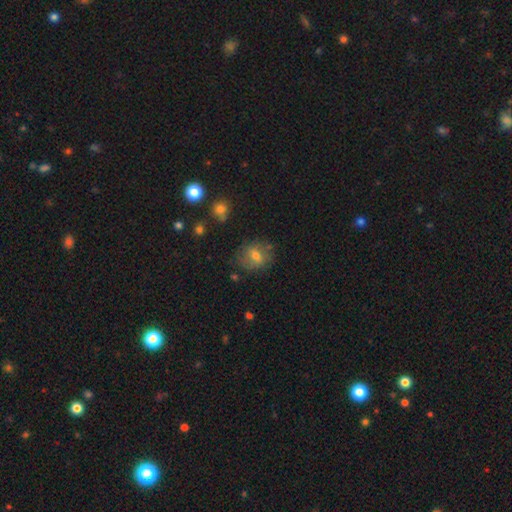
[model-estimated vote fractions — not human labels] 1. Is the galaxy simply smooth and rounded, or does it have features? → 60% smooth, 30% featured or disk, 11% star or artifact.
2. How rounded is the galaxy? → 62% round, 37% in between, 1% cigar-shaped.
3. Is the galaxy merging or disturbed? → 71% none, 19% minor disturbance, 7% major disturbance, 3% merger.